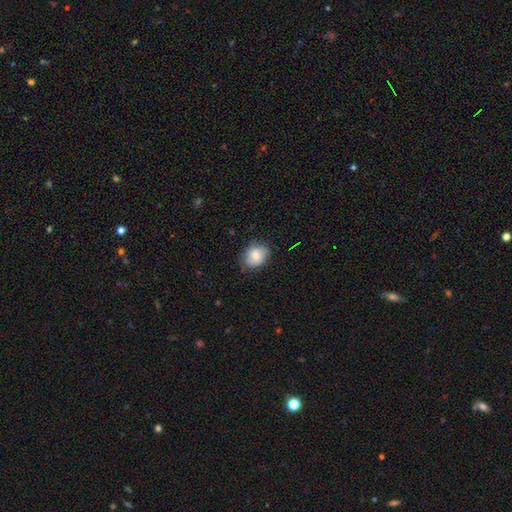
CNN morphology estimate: Smooth or featured? smooth (74%)
How rounded? in between (53%)
Merging? none (75%)